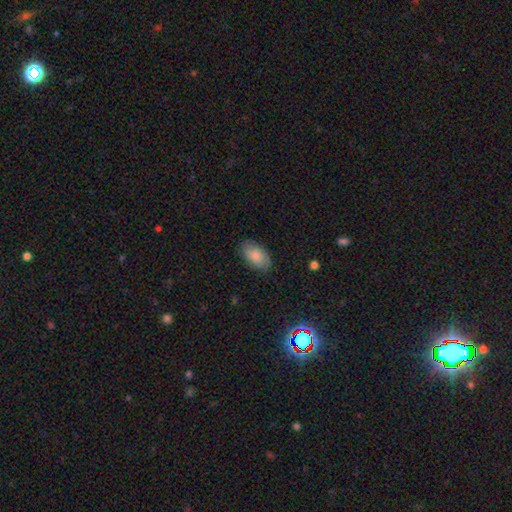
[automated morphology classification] Q: Smooth or featured?
A: smooth (81%); runner-up: featured or disk (12%)
Q: How rounded?
A: in between (94%); runner-up: round (5%)
Q: Merging?
A: none (82%); runner-up: minor disturbance (14%)